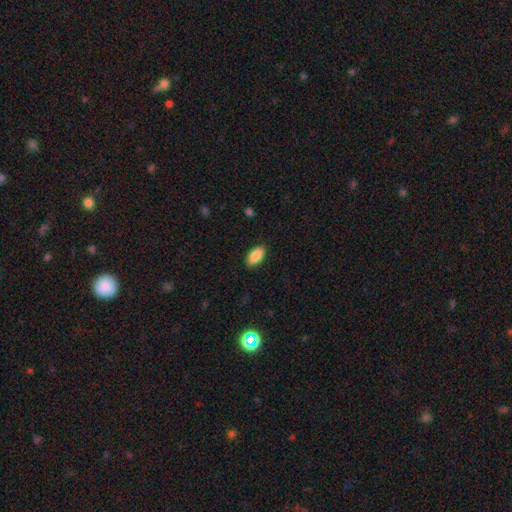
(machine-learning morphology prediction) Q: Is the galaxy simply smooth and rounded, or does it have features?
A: smooth — 89%.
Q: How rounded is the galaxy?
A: in between — 94%.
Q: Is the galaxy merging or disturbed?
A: none — 88%.